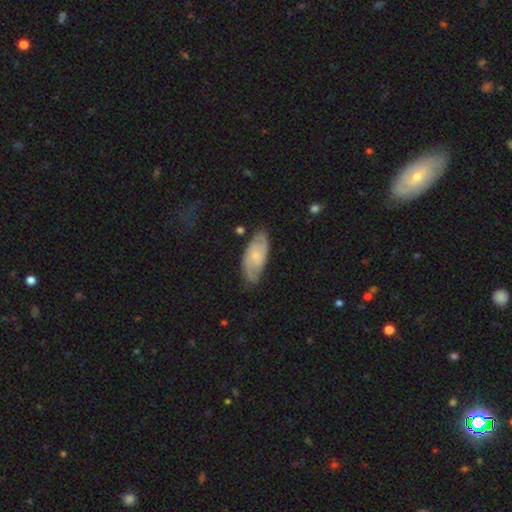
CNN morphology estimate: A featured or disk galaxy (63%) with no bar (64%), 2 (65%) medium (44%) spiral arms (90%) and a small central bulge (66%).

Vote fractions:
- Smooth or featured? featured or disk: 63% / smooth: 31% / star or artifact: 6%
- Edge-on disk? no: 93% / yes: 7%
- Bar? no: 64% / weak: 31% / strong: 5%
- Spiral arms? yes: 90% / no: 10%
- Spiral winding? medium: 44% / tight: 40% / loose: 16%
- Spiral arm count? 2: 65% / can't tell: 21% / 3: 7% / 1: 2% / 4: 2% / more than 4: 2%
- Bulge size? small: 66% / moderate: 24% / none: 8% / large: 2% / dominant: 1%
- Merging? none: 75% / minor disturbance: 19% / major disturbance: 4% / merger: 2%